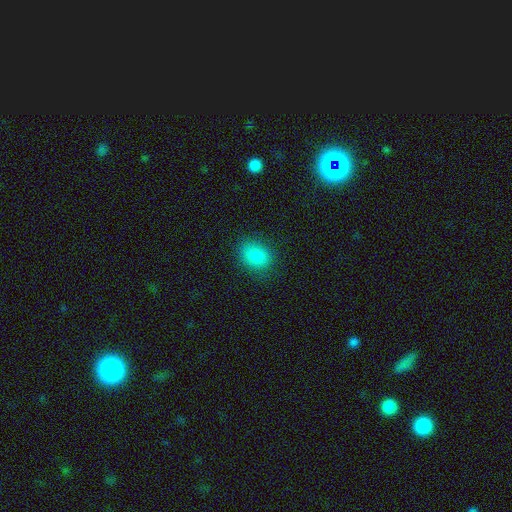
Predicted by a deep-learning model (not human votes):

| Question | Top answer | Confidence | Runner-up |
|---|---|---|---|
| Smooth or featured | smooth | 85% | star or artifact (10%) |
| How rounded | in between | 66% | round (33%) |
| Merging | none | 84% | minor disturbance (12%) |